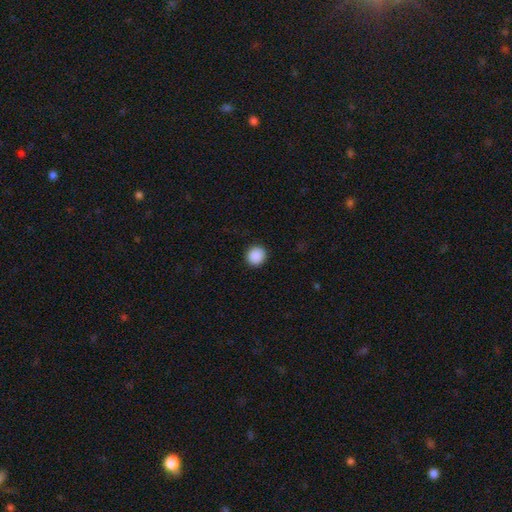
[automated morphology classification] The model was most divided on "how rounded": round: 90%, in between: 9%, cigar-shaped: 1%. More confident: merging — none (93%); smooth or featured — smooth (90%).